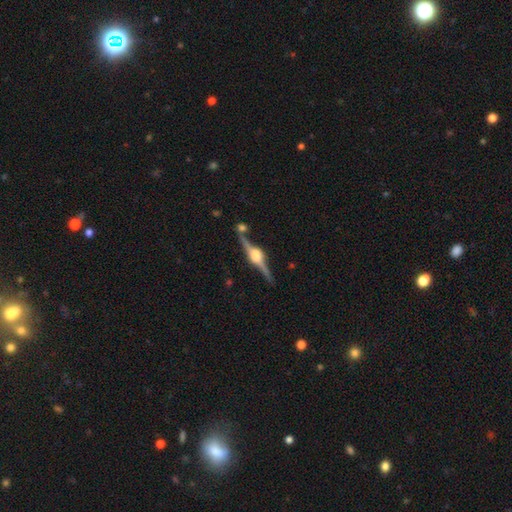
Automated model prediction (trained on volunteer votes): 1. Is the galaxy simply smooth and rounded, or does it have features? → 89% featured or disk, 6% smooth, 5% star or artifact.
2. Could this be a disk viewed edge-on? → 98% yes, 2% no.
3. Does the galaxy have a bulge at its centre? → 93% rounded, 6% boxy, 1% none.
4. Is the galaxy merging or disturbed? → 80% none, 10% minor disturbance, 7% merger, 3% major disturbance.